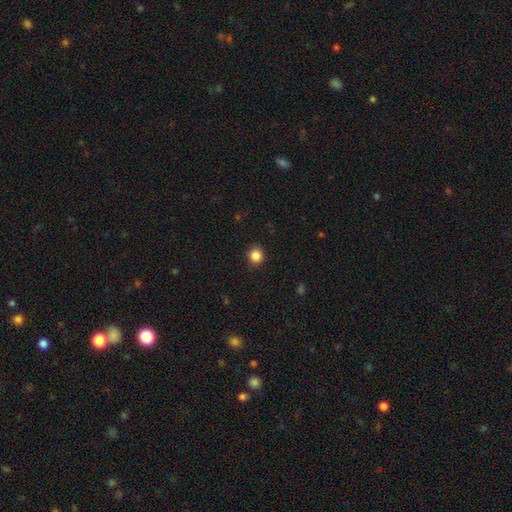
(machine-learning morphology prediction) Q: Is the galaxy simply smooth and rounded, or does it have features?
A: smooth — 86%.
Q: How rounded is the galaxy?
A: round — 89%.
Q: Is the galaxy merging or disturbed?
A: none — 90%.